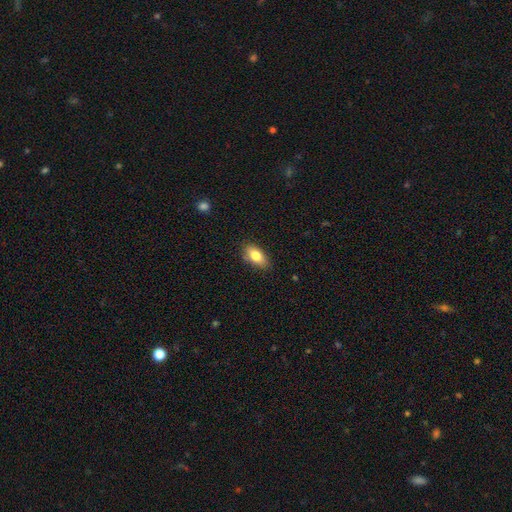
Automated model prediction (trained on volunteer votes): This appears to be a smooth galaxy with no disk features (80%) that is in between round and cigar-shaped (89%). Merging: none (82%).